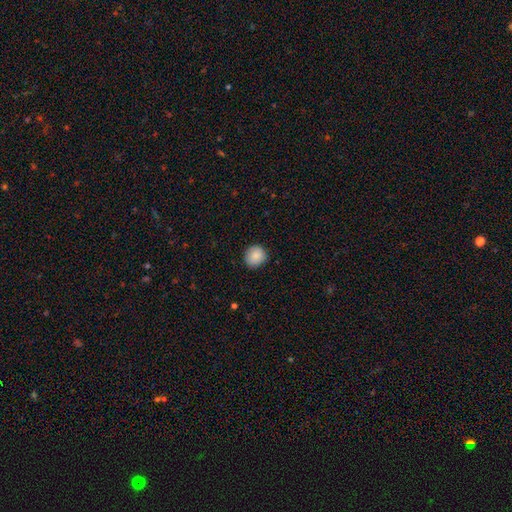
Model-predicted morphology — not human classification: The model was most divided on "how rounded": round: 87%, in between: 12%, cigar-shaped: 1%. More confident: smooth or featured — smooth (87%); merging — none (86%).